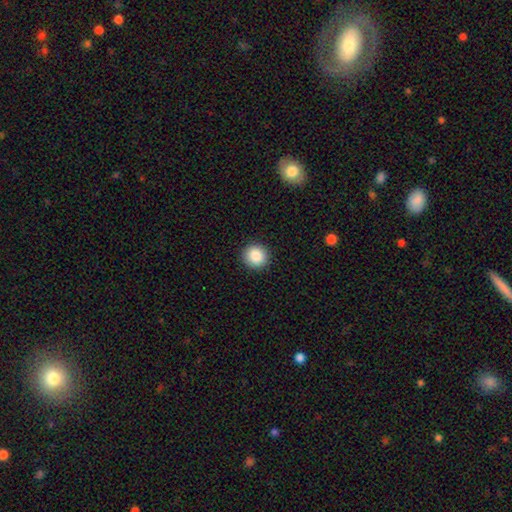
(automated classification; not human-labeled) smooth-or-featured: smooth: 87% | star or artifact: 9% | featured or disk: 5%
  how-rounded: round: 92% | in between: 7% | cigar-shaped: 1%
  merging: none: 92% | minor disturbance: 5% | major disturbance: 2% | merger: 1%